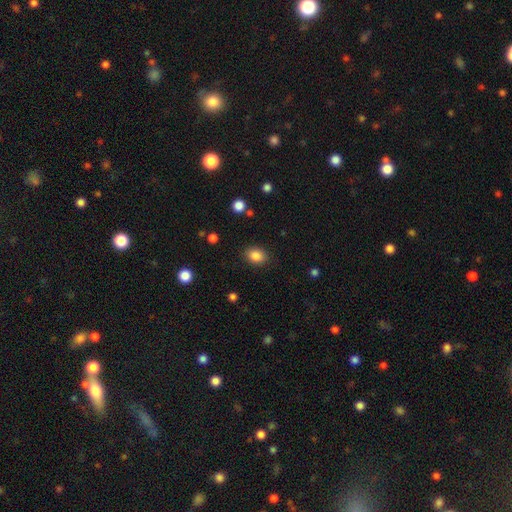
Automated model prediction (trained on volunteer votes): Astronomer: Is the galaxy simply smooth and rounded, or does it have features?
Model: smooth — 86%.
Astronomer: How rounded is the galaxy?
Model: in between — 64%.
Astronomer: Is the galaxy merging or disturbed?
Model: none — 86%.